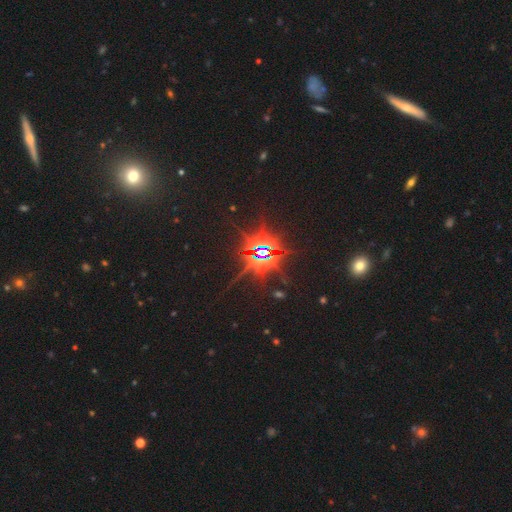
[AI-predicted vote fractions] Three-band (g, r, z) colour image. It shows a star or artifact, not a galaxy (85%).